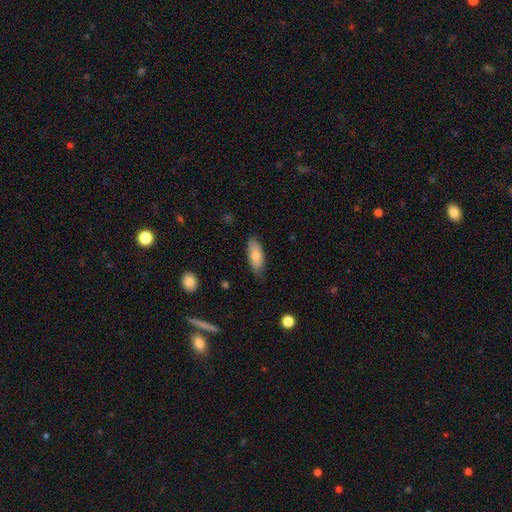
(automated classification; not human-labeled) Smooth or featured?
  - smooth: 78% *
  - featured or disk: 15%
  - star or artifact: 6%
How rounded?
  - in between: 81% *
  - cigar-shaped: 17%
  - round: 2%
Merging?
  - none: 75% *
  - minor disturbance: 20%
  - major disturbance: 3%
  - merger: 1%